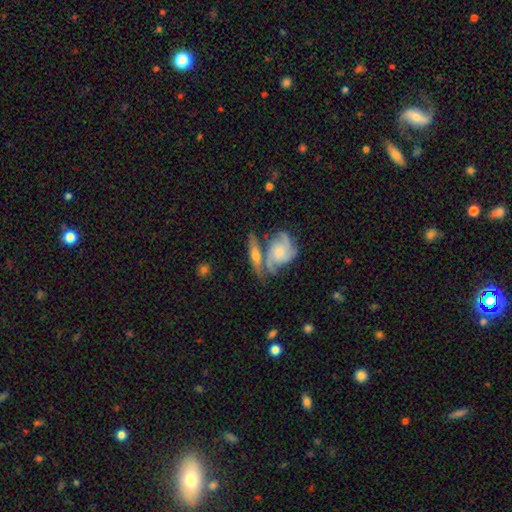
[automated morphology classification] A featured or disk galaxy (63%). Merging: none (41%).